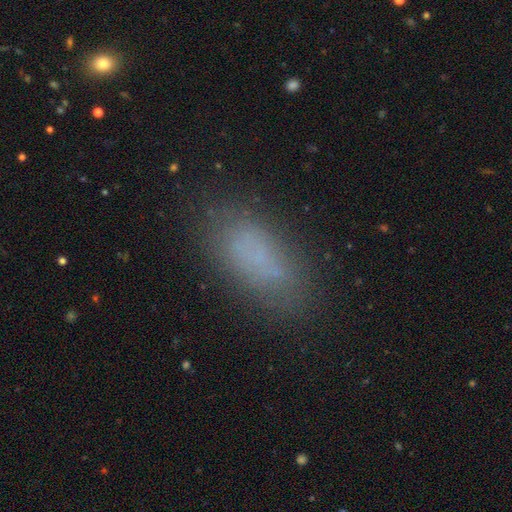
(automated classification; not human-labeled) Q: Smooth or featured?
A: smooth (74%); runner-up: featured or disk (13%)
Q: How rounded?
A: in between (83%); runner-up: cigar-shaped (13%)
Q: Merging?
A: none (74%); runner-up: minor disturbance (17%)